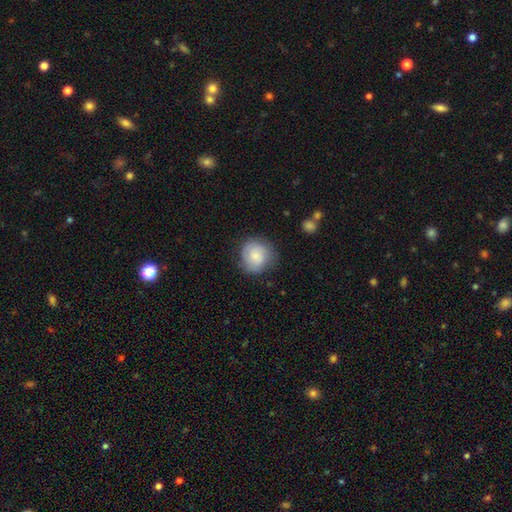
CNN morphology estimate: Smooth or featured: smooth — 76% (featured or disk — 17%)
How rounded: round — 86% (in between — 13%)
Merging: none — 74% (minor disturbance — 19%)